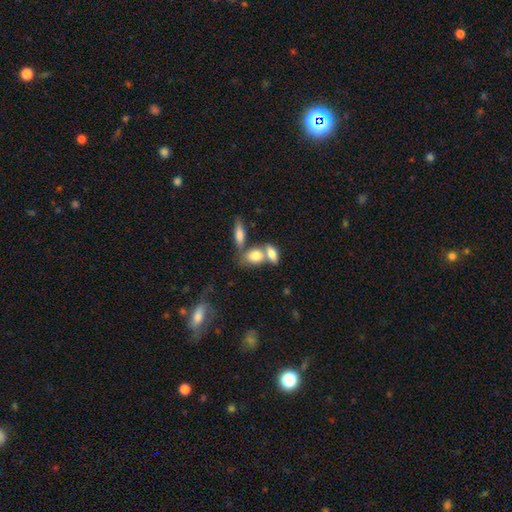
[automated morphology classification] smooth_or_featured: smooth (p=0.78) [alt: featured or disk p=0.14]
how_rounded: in between (p=0.76) [alt: round p=0.18]
merging: merger (p=0.47) [alt: none p=0.38]